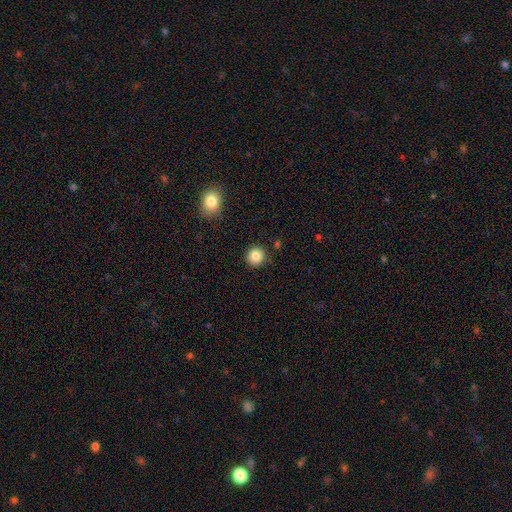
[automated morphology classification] A smooth galaxy with no disk features (85%) that is round (93%). Merging: none (90%).